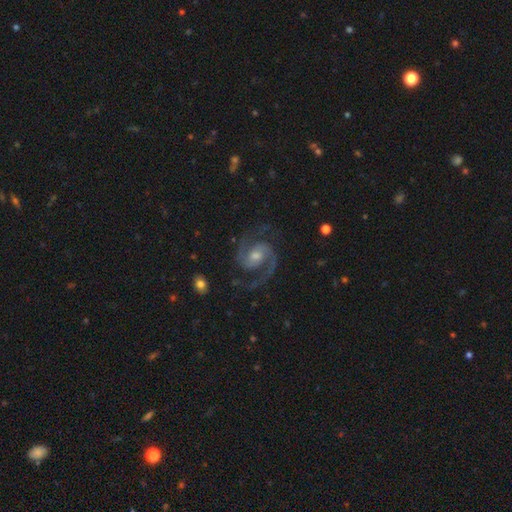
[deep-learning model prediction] Smooth or featured? Predicted: featured or disk (p=0.93). Edge-on disk? Predicted: no (p=0.98). Bar? Predicted: no (p=0.45). Spiral arms? Predicted: yes (p=0.99). Spiral winding? Predicted: medium (p=0.64). Spiral arm count? Predicted: 2 (p=0.93). Bulge size? Predicted: moderate (p=0.55). Merging? Predicted: none (p=0.81).